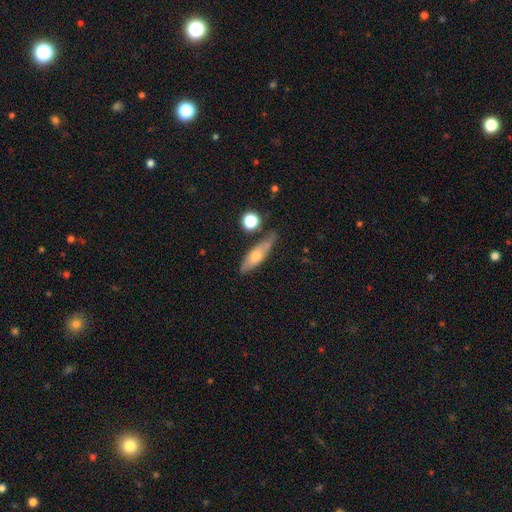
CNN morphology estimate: A smooth galaxy with no disk features (54%) that is cigar-shaped (52%).

Vote fractions:
- Smooth or featured? smooth: 54% / featured or disk: 38% / star or artifact: 8%
- How rounded? cigar-shaped: 52% / in between: 44% / round: 4%
- Merging? none: 65% / minor disturbance: 22% / merger: 8% / major disturbance: 5%